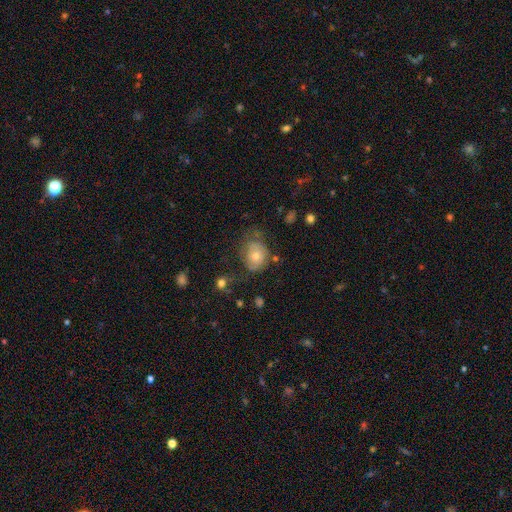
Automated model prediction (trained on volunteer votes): A smooth galaxy with no disk features (54%) that is round (56%).

Vote fractions:
- Smooth or featured? smooth: 54% / featured or disk: 36% / star or artifact: 10%
- How rounded? round: 56% / in between: 43% / cigar-shaped: 1%
- Merging? none: 46% / minor disturbance: 29% / major disturbance: 22% / merger: 4%